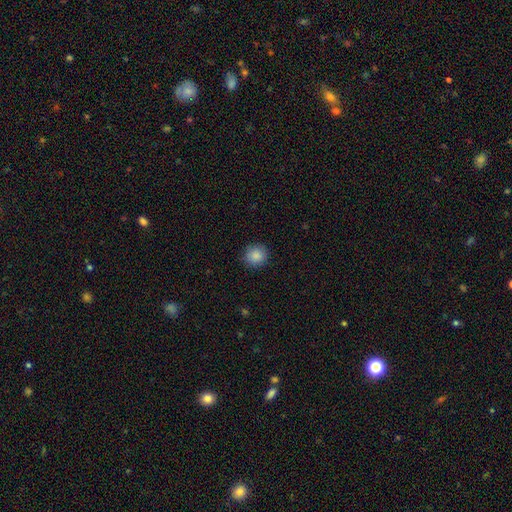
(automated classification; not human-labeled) smooth-or-featured: smooth: 87% | star or artifact: 9% | featured or disk: 4%
  how-rounded: round: 90% | in between: 9% | cigar-shaped: 1%
  merging: none: 89% | minor disturbance: 8% | major disturbance: 2% | merger: 1%